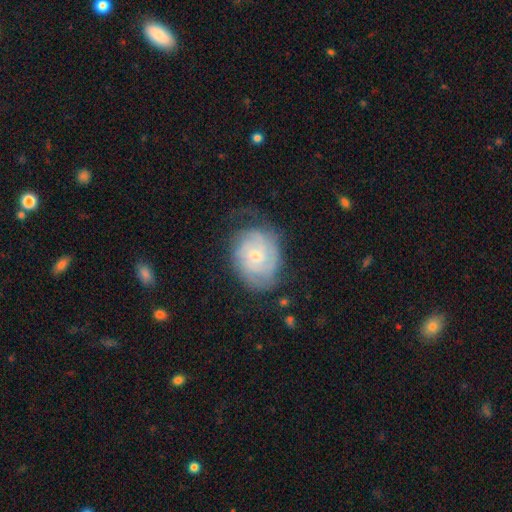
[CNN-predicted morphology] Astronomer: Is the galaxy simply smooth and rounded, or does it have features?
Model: featured or disk — 73%.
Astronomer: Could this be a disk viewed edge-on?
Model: no — 97%.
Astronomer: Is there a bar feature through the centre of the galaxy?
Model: no — 70%.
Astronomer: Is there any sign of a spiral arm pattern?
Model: yes — 91%.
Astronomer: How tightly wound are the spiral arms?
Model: tight — 66%.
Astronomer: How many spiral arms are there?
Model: can't tell — 41% (runner-up: 2, 25%).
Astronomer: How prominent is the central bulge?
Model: small — 62%.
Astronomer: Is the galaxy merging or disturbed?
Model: none — 62%.